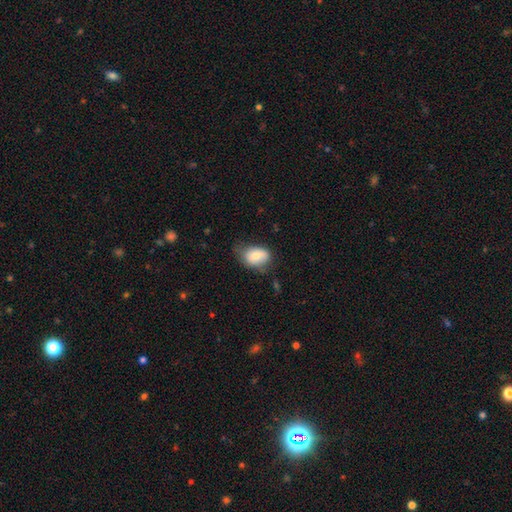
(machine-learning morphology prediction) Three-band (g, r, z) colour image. It shows a smooth galaxy with no disk features (74%) that is in between round and cigar-shaped (74%). Merging: none (49%).